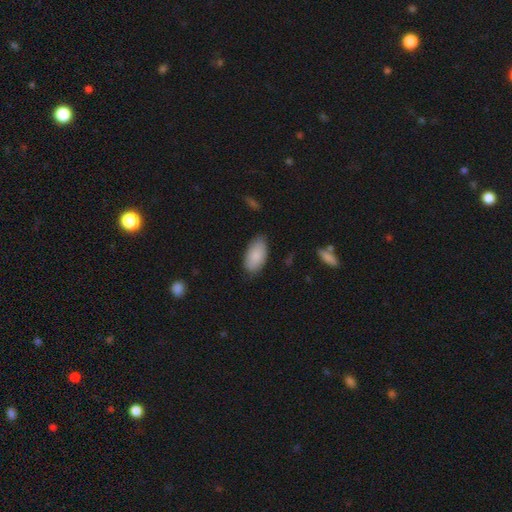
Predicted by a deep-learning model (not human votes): smooth 86%, featured or disk 8%, star or artifact 6%. Down the decision tree: how rounded — in between (95%); merging — none (78%).